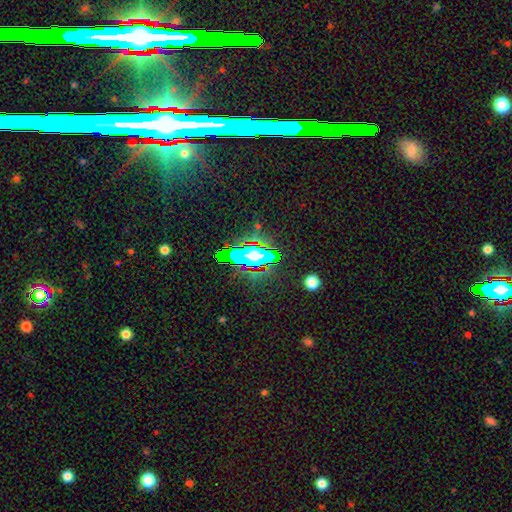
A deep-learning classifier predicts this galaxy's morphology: Smooth or featured?
  - star or artifact: 61% *
  - smooth: 24%
  - featured or disk: 15%